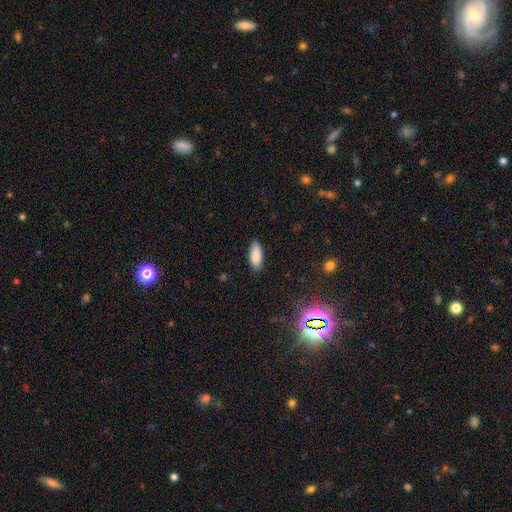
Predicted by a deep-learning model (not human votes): The model was most divided on "how rounded": in between: 77%, cigar-shaped: 21%, round: 2%. More confident: smooth or featured — smooth (87%); merging — none (86%).